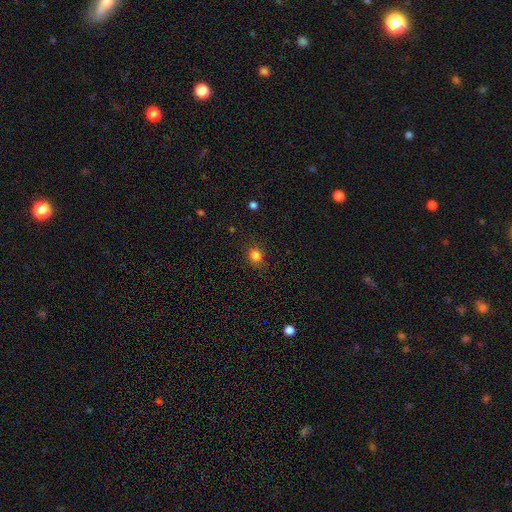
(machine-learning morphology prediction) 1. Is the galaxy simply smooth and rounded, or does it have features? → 82% smooth, 14% star or artifact, 4% featured or disk.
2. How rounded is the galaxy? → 74% round, 25% in between, 1% cigar-shaped.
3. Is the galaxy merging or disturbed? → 84% none, 11% minor disturbance, 3% major disturbance, 1% merger.